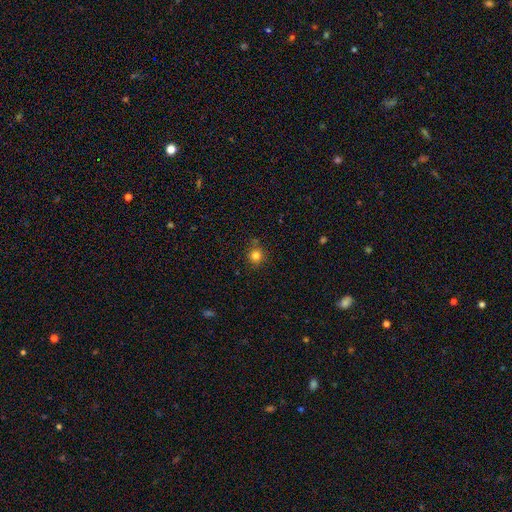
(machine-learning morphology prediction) This is clearly a smooth galaxy (80%). How rounded: clearly round (92%). Merging: clearly none (82%).